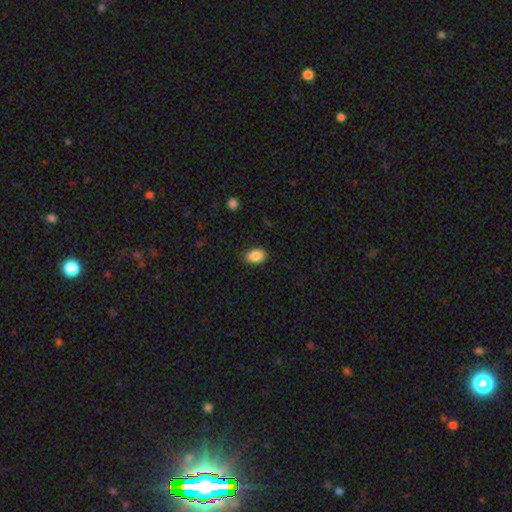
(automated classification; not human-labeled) The model was most divided on "how rounded": in between: 83%, round: 16%, cigar-shaped: 1%. More confident: smooth or featured — smooth (88%); merging — none (85%).